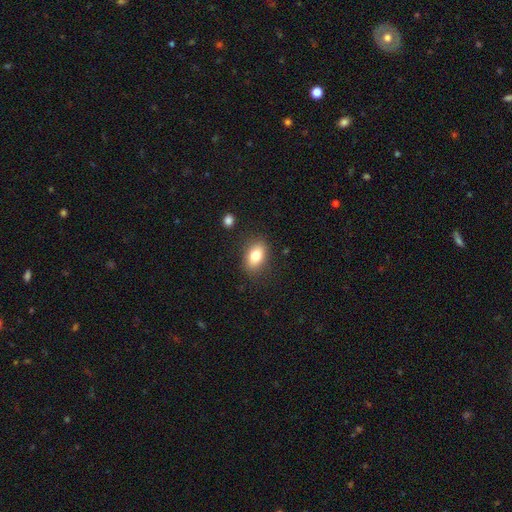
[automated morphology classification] smooth-or-featured: smooth: 79% | featured or disk: 12% | star or artifact: 9%
  how-rounded: in between: 83% | round: 15% | cigar-shaped: 2%
  merging: none: 84% | minor disturbance: 11% | major disturbance: 3% | merger: 2%